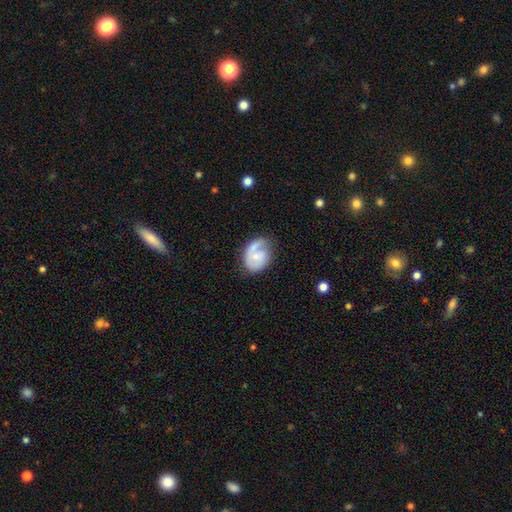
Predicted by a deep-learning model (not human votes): Smooth or featured?
  - featured or disk: 54% *
  - smooth: 40%
  - star or artifact: 6%
Edge-on disk?
  - no: 97% *
  - yes: 3%
Bar?
  - no: 74% *
  - weak: 22%
  - strong: 4%
Spiral arms?
  - yes: 72% *
  - no: 28%
Bulge size?
  - small: 60% *
  - moderate: 28%
  - none: 8%
  - large: 2%
  - dominant: 1%
Merging?
  - none: 45% *
  - minor disturbance: 26%
  - major disturbance: 19%
  - merger: 10%